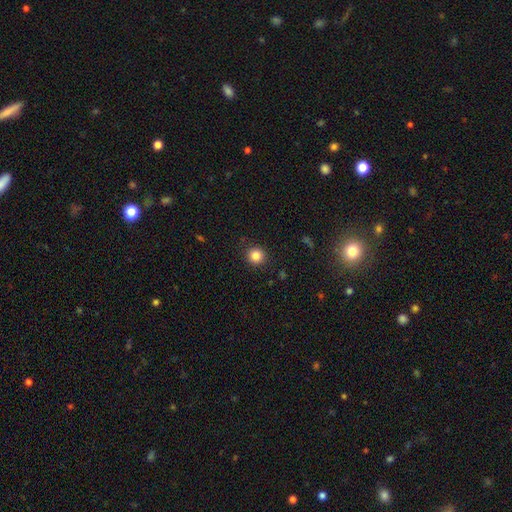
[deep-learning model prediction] Smooth or featured? Predicted: smooth (p=0.84). How rounded? Predicted: round (p=0.92). Merging? Predicted: none (p=0.91).